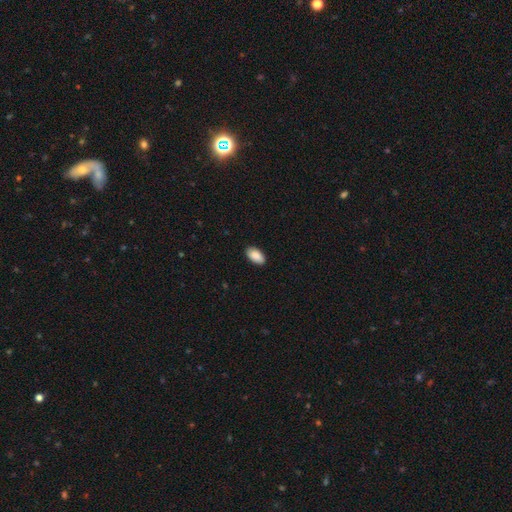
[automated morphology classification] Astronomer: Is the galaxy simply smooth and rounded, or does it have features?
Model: smooth — 90%.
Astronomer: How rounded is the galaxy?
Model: in between — 95%.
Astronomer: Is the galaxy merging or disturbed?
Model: none — 89%.